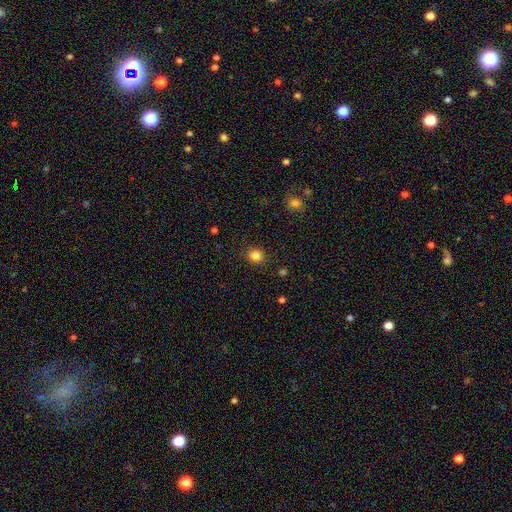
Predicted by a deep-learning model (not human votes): The model was most divided on "how rounded": round: 77%, in between: 22%, cigar-shaped: 1%. More confident: merging — none (88%); smooth or featured — smooth (84%).